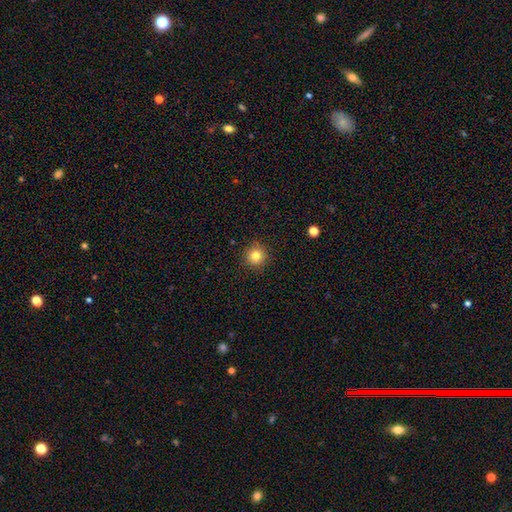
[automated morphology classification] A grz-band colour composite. It shows a smooth galaxy with no disk features (82%) that is round (95%). Merging: none (91%).